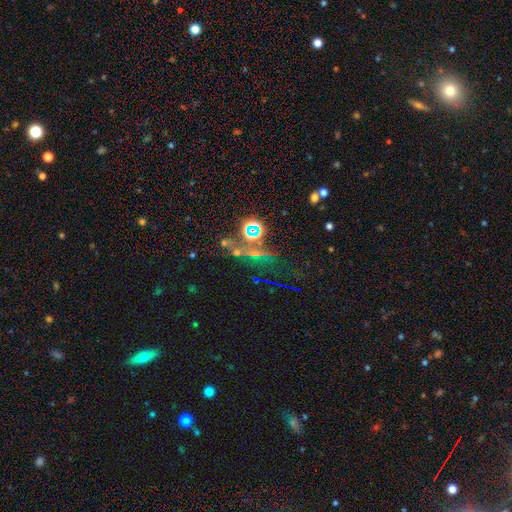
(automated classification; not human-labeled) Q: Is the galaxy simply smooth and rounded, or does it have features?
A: star or artifact — 63%.